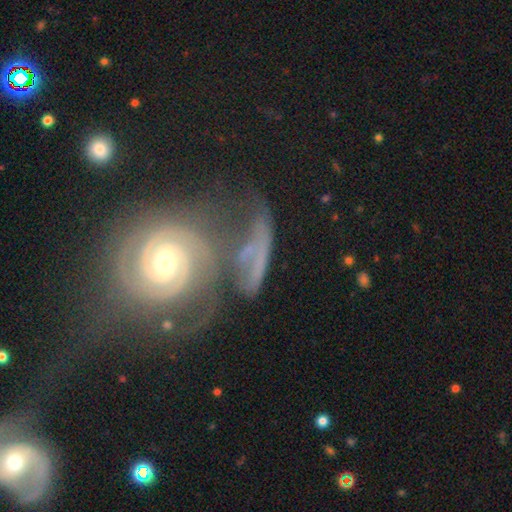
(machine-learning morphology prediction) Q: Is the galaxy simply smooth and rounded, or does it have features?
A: featured or disk — 78%.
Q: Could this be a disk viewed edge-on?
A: no — 93%.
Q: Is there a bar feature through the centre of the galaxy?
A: no — 45%.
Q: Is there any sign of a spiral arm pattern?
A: yes — 90%.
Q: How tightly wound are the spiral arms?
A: tight — 71%.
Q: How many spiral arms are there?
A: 2 — 50%.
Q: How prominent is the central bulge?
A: moderate — 50%.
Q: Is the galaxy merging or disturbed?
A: none — 41%.